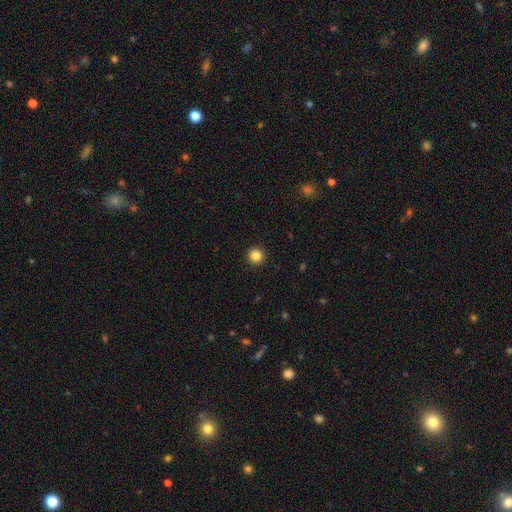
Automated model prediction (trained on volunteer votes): smooth_or_featured: smooth (p=0.85) [alt: star or artifact p=0.11]
how_rounded: round (p=0.95) [alt: in between p=0.04]
merging: none (p=0.93) [alt: minor disturbance p=0.04]